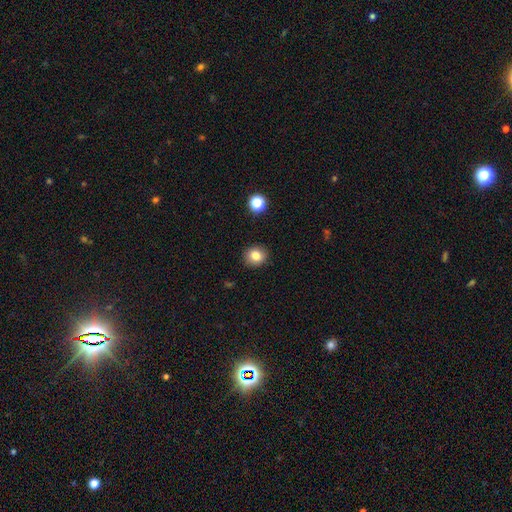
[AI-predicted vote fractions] Morphology: type=smooth (82%); roundness=round (78%); merging=none (90%).